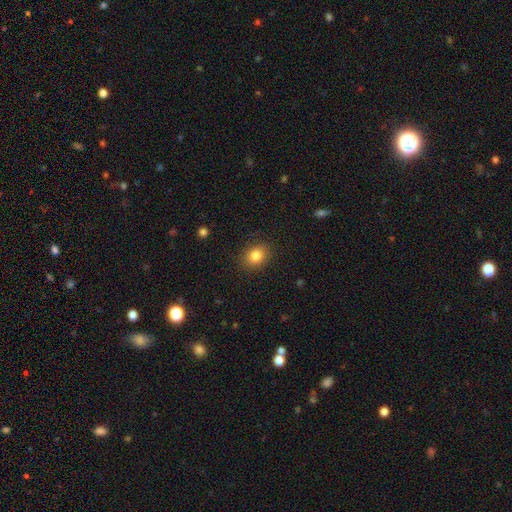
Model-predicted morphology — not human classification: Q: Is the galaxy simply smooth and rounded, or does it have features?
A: smooth — 83%.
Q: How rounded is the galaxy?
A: round — 53%.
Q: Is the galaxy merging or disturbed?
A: none — 88%.